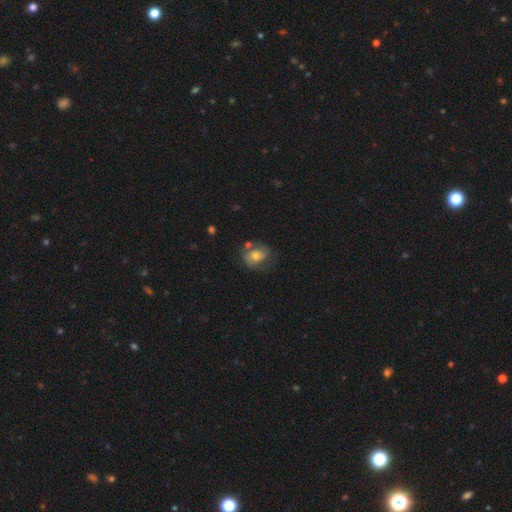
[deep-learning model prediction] smooth_or_featured: smooth (p=0.51) [alt: featured or disk p=0.40]
how_rounded: round (p=0.53) [alt: in between p=0.46]
merging: none (p=0.54) [alt: minor disturbance p=0.24]